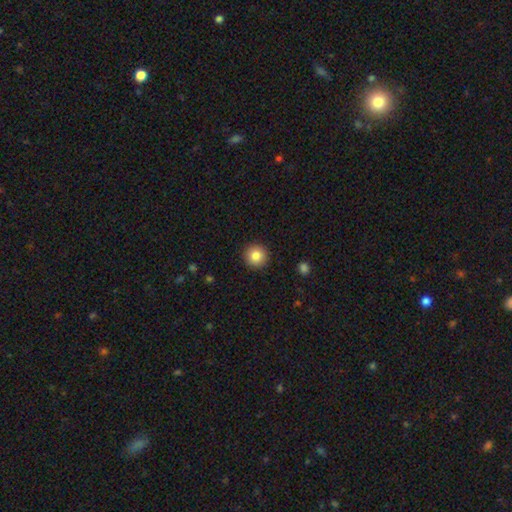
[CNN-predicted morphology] Smooth or featured?
  - smooth: 84% *
  - star or artifact: 10%
  - featured or disk: 7%
How rounded?
  - round: 95% *
  - in between: 4%
  - cigar-shaped: 1%
Merging?
  - none: 93% *
  - minor disturbance: 5%
  - major disturbance: 2%
  - merger: 1%